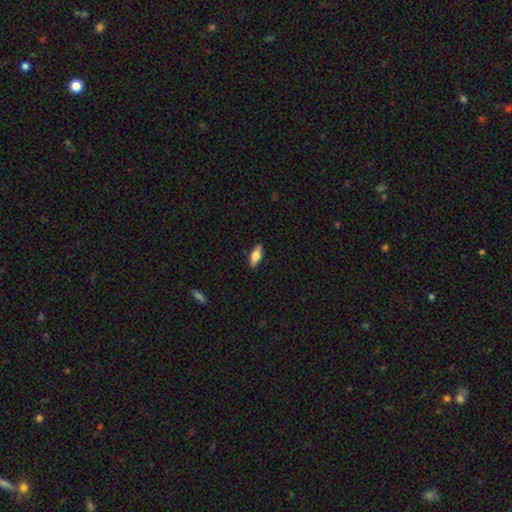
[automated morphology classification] smooth 70%, featured or disk 23%, star or artifact 7%. Down the decision tree: how rounded — in between (79%); merging — none (87%).